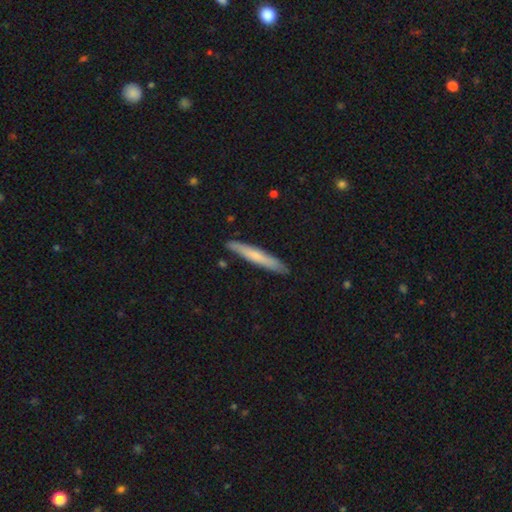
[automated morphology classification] Overall: smooth (63%; featured or disk 32%). How rounded: cigar-shaped (95%). Merging: none (88%).